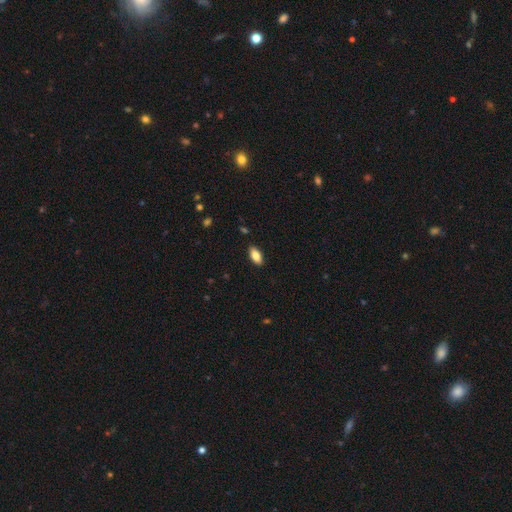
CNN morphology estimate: smooth-or-featured: smooth: 82% | featured or disk: 11% | star or artifact: 7%
  how-rounded: in between: 89% | cigar-shaped: 9% | round: 2%
  merging: none: 88% | minor disturbance: 9% | major disturbance: 2% | merger: 1%